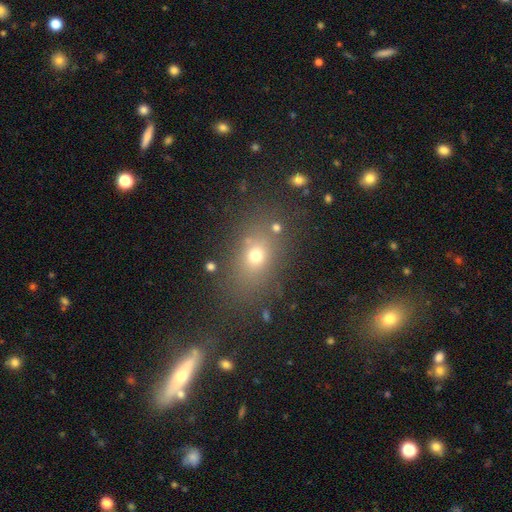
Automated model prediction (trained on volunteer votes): Morphology: type=smooth (67%); roundness=in between (63%); merging=none (76%).